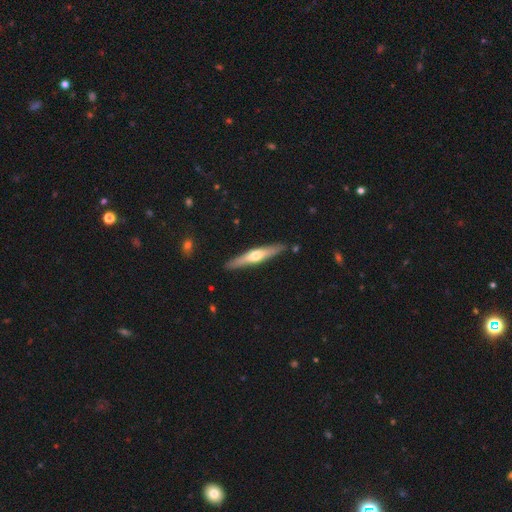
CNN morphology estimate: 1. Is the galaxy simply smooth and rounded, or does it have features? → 59% featured or disk, 36% smooth, 5% star or artifact.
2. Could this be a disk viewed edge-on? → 93% yes, 7% no.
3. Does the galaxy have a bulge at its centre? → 90% rounded, 7% none, 3% boxy.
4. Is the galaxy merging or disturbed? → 89% none, 8% minor disturbance, 2% major disturbance, 2% merger.